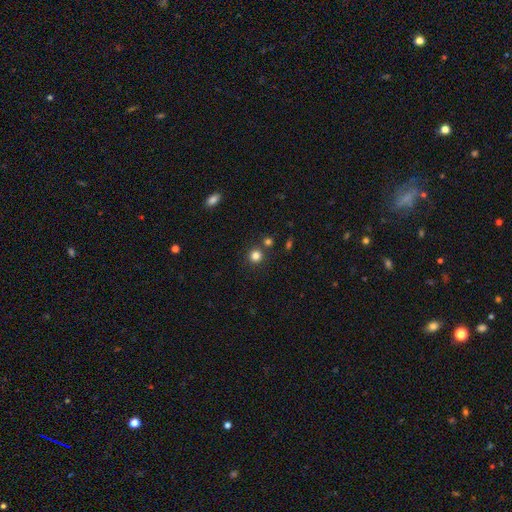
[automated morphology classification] A smooth galaxy with no disk features (81%) that is round (93%).

Vote fractions:
- Smooth or featured? smooth: 81% / star or artifact: 14% / featured or disk: 5%
- How rounded? round: 93% / in between: 6% / cigar-shaped: 1%
- Merging? none: 83% / merger: 8% / minor disturbance: 7% / major disturbance: 2%